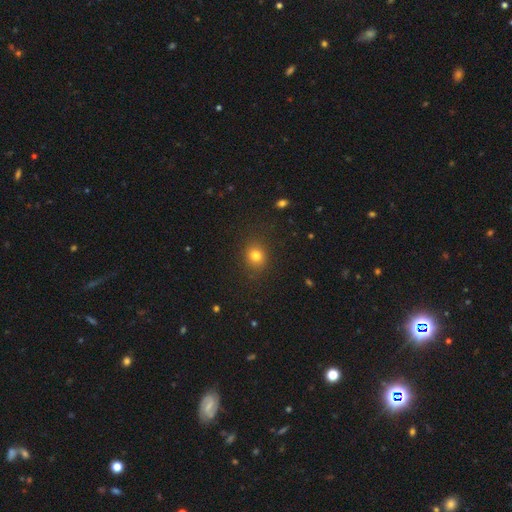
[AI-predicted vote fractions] Smooth or featured? Predicted: smooth (p=0.79). How rounded? Predicted: round (p=0.74). Merging? Predicted: none (p=0.87).